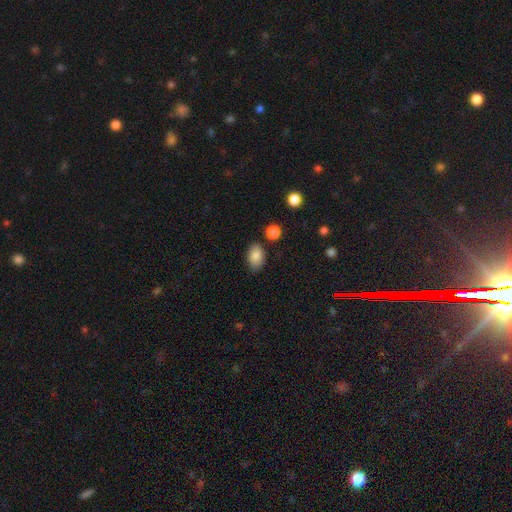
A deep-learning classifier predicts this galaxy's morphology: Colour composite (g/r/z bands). It shows a smooth galaxy with no disk features (85%) that is in between round and cigar-shaped (87%). Merging: none (79%).